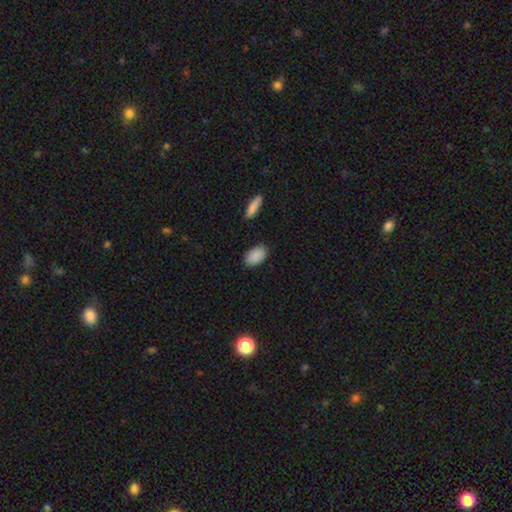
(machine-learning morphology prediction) smooth 90%, star or artifact 7%, featured or disk 4%. Down the decision tree: how rounded — in between (93%); merging — none (86%).